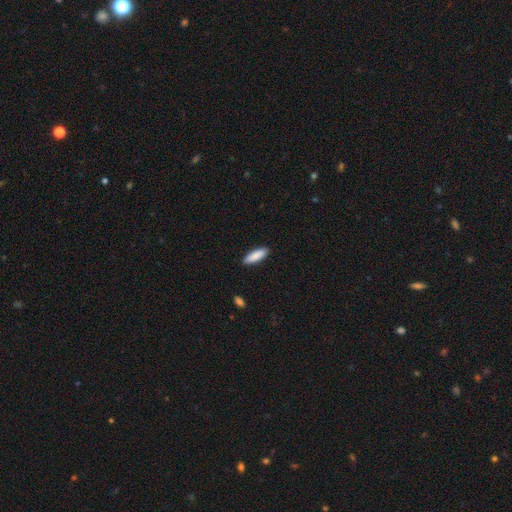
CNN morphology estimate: type=smooth (89%); roundness=in between (50%); merging=none (90%).